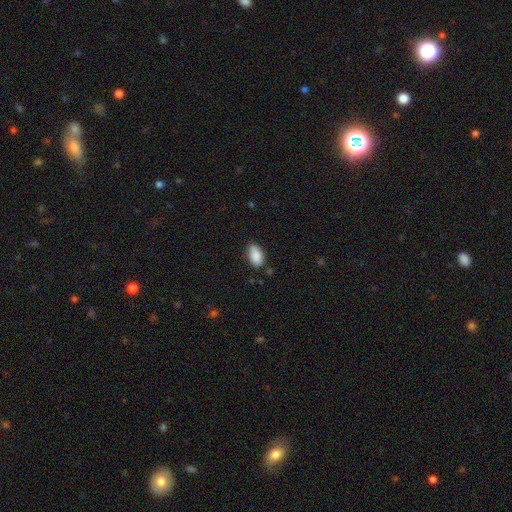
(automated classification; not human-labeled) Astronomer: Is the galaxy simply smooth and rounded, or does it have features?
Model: smooth — 88%.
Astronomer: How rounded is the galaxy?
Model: in between — 93%.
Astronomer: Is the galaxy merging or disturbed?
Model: none — 73%.